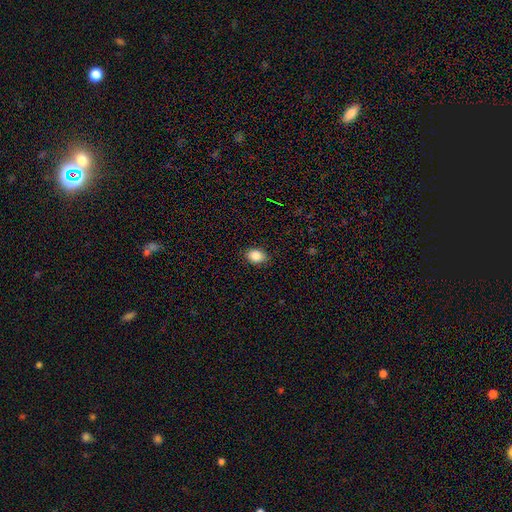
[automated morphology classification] Q: Smooth or featured?
A: smooth (86%); runner-up: star or artifact (9%)
Q: How rounded?
A: in between (68%); runner-up: round (30%)
Q: Merging?
A: none (86%); runner-up: minor disturbance (11%)